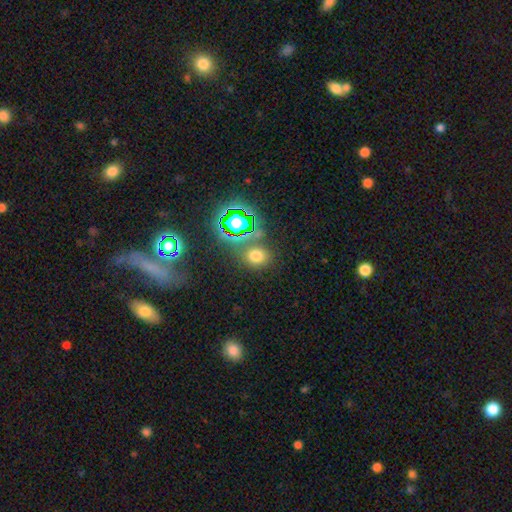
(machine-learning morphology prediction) The model was most divided on "how rounded": round: 56%, in between: 43%, cigar-shaped: 1%. More confident: merging — none (75%); smooth or featured — smooth (61%).